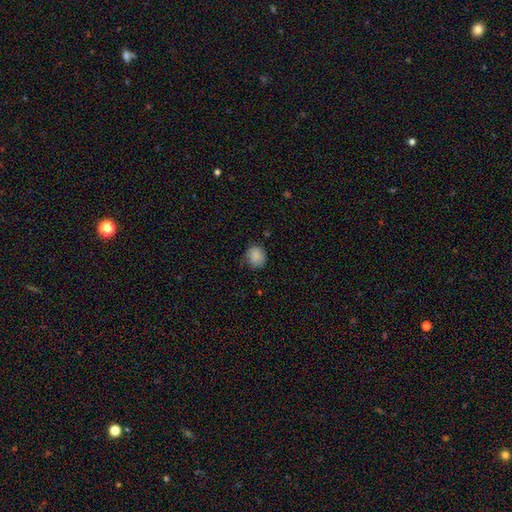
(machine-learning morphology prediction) Smooth or featured? smooth (87%)
How rounded? round (79%)
Merging? none (73%)